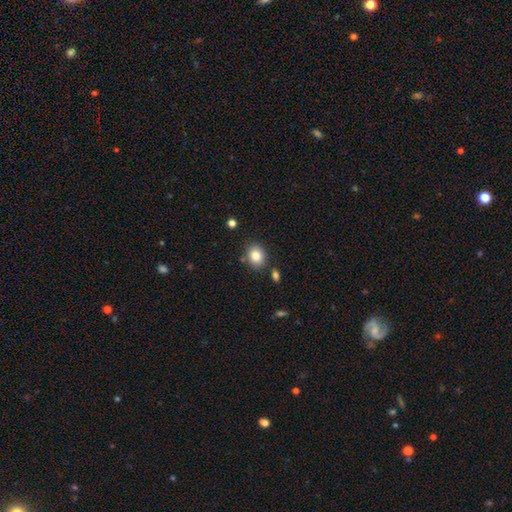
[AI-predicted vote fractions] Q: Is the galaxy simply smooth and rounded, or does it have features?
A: smooth — 83%.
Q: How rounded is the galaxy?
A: in between — 51%.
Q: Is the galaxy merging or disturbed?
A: none — 81%.